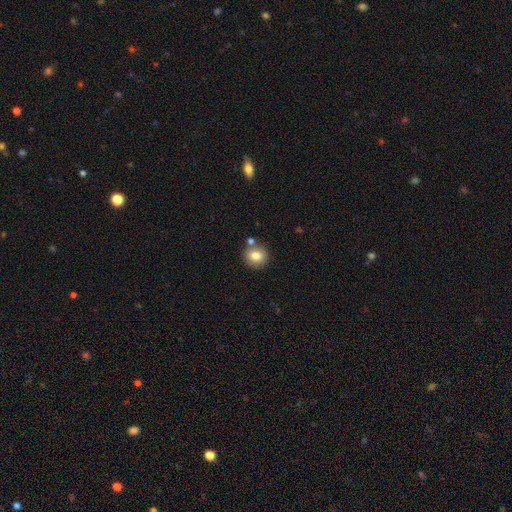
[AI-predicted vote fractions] Smooth or featured?
  - smooth: 79% *
  - featured or disk: 11%
  - star or artifact: 10%
How rounded?
  - round: 86% *
  - in between: 13%
  - cigar-shaped: 1%
Merging?
  - none: 77% *
  - merger: 11%
  - minor disturbance: 10%
  - major disturbance: 3%